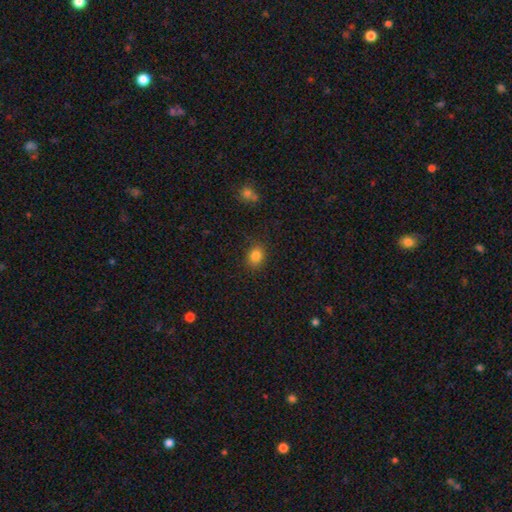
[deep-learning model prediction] This is clearly a smooth galaxy (83%). How rounded: possibly round (56%). Merging: clearly none (82%).